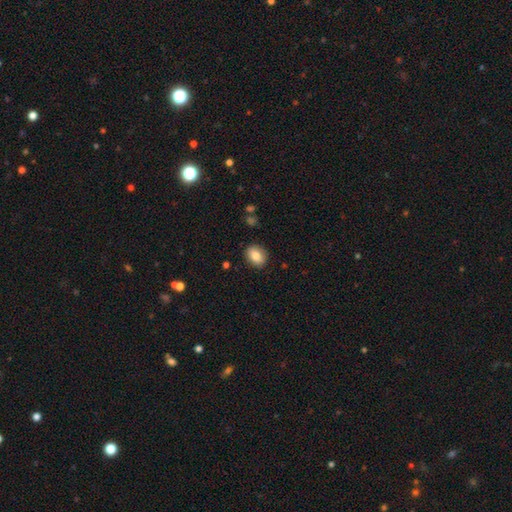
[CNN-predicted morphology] Smooth or featured?
  - smooth: 82% *
  - featured or disk: 10%
  - star or artifact: 8%
How rounded?
  - in between: 66% *
  - round: 33%
  - cigar-shaped: 1%
Merging?
  - none: 88% *
  - minor disturbance: 9%
  - major disturbance: 2%
  - merger: 1%